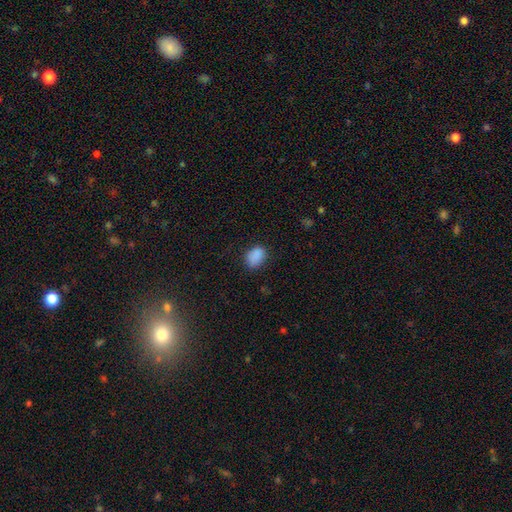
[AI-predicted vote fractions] Smooth or featured? smooth (86%)
How rounded? in between (79%)
Merging? none (75%)